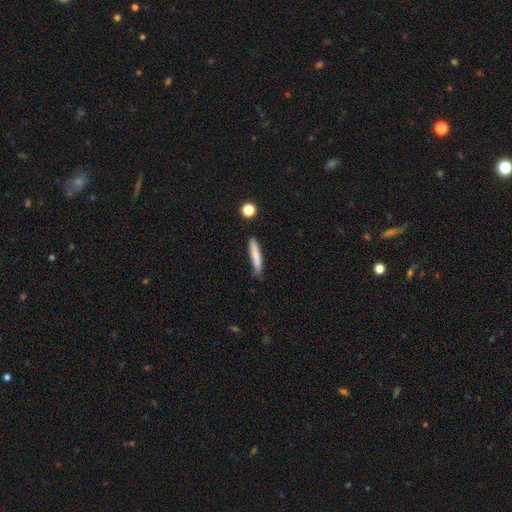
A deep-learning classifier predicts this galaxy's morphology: This appears to be a smooth galaxy with no disk features (76%) that is cigar-shaped (88%). Merging: none (69%).